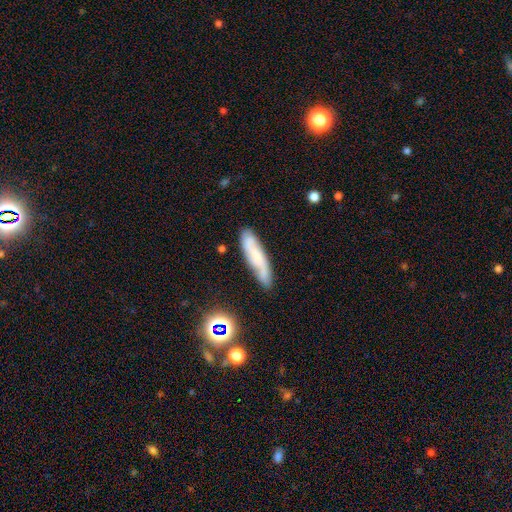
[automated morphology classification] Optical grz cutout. It shows a featured or disk galaxy (47%). Merging: none (75%).